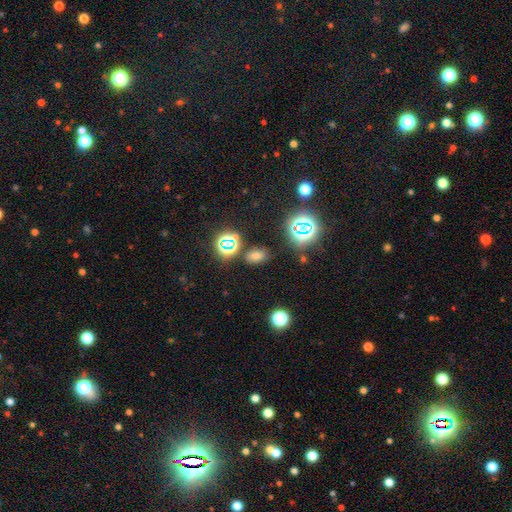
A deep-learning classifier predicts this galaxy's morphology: Smooth or featured: smooth — 60% (star or artifact — 33%)
How rounded: in between — 82% (round — 16%)
Merging: none — 77% (minor disturbance — 14%)